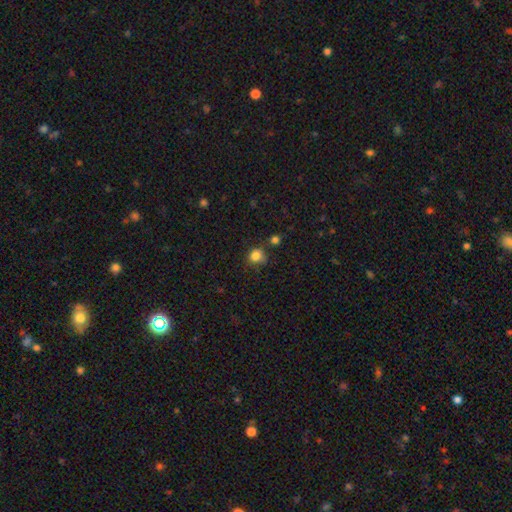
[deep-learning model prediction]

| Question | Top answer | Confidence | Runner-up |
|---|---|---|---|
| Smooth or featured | smooth | 83% | star or artifact (12%) |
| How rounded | round | 79% | in between (20%) |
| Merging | none | 67% | minor disturbance (20%) |